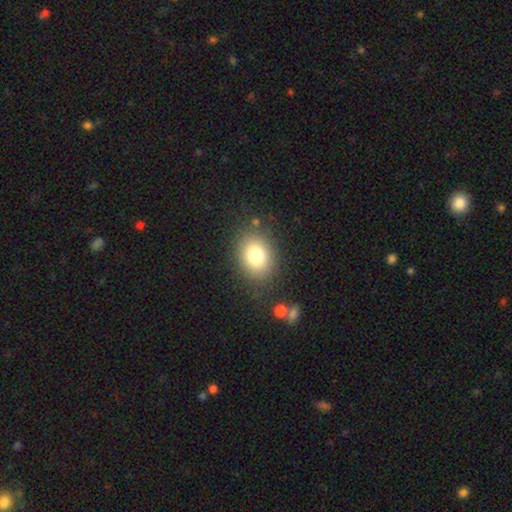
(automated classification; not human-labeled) This is clearly a smooth galaxy (81%). How rounded: possibly in between (57%). Merging: clearly none (84%).